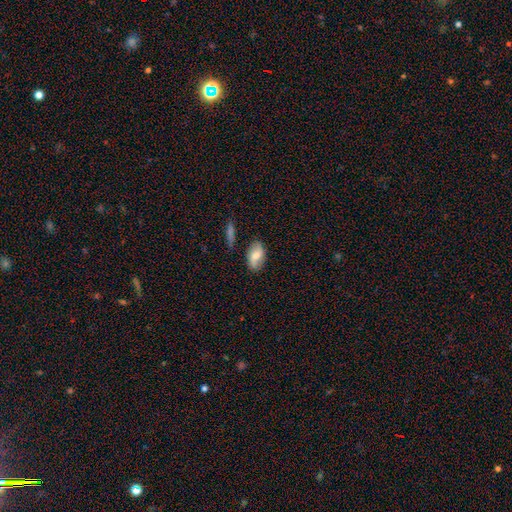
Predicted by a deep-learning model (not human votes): Q: Smooth or featured?
A: smooth (61%); runner-up: featured or disk (32%)
Q: How rounded?
A: in between (91%); runner-up: round (6%)
Q: Merging?
A: none (78%); runner-up: minor disturbance (16%)